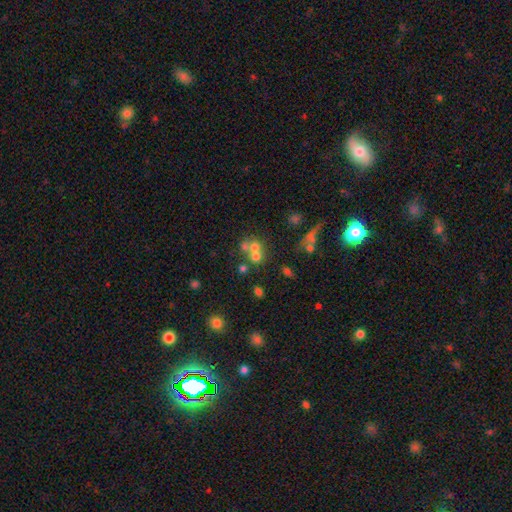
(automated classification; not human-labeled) This is possibly a smooth galaxy (55%). How rounded: likely round (77%). Merging: possibly merger (54%).